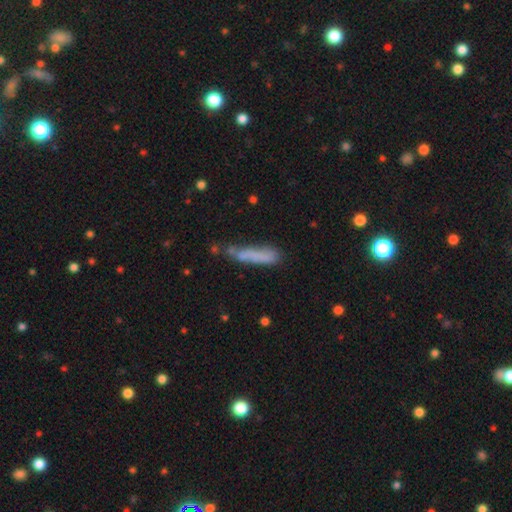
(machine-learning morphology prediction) smooth-or-featured: smooth: 68% | featured or disk: 23% | star or artifact: 9%
  how-rounded: cigar-shaped: 83% | in between: 15% | round: 2%
  merging: none: 50% | minor disturbance: 27% | major disturbance: 12% | merger: 11%